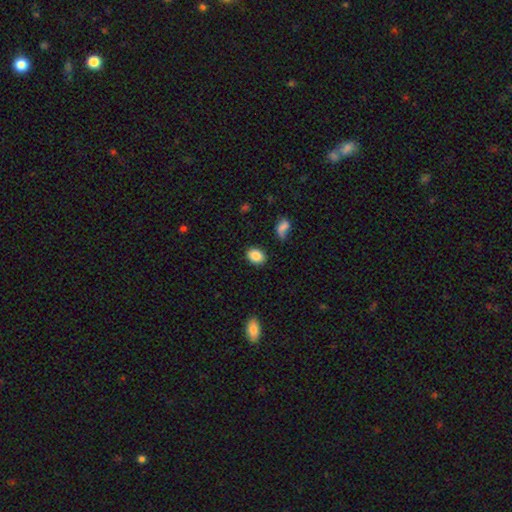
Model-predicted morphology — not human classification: This appears to be a smooth galaxy with no disk features (86%) that is in between round and cigar-shaped (68%). Merging: none (84%).